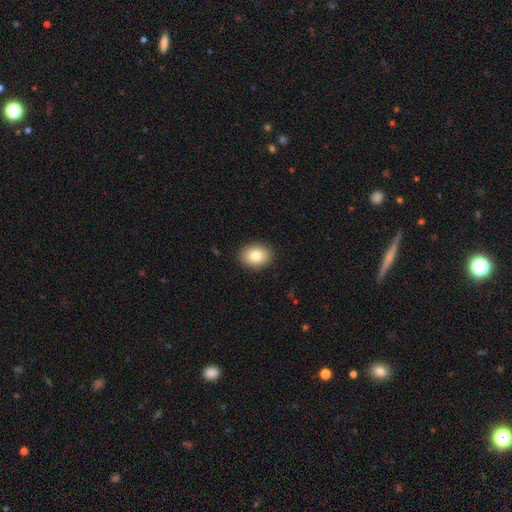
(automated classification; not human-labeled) The model was most divided on "how rounded": in between: 68%, round: 31%, cigar-shaped: 1%. More confident: merging — none (90%); smooth or featured — smooth (83%).